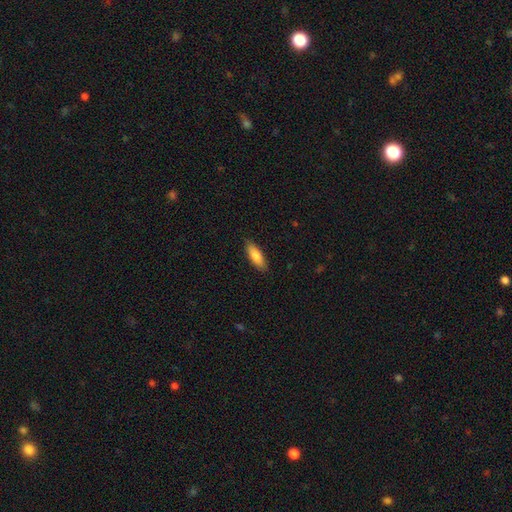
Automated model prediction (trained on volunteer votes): smooth_or_featured: smooth (p=0.84) [alt: featured or disk p=0.10]
how_rounded: in between (p=0.68) [alt: cigar-shaped p=0.30]
merging: none (p=0.87) [alt: minor disturbance p=0.10]